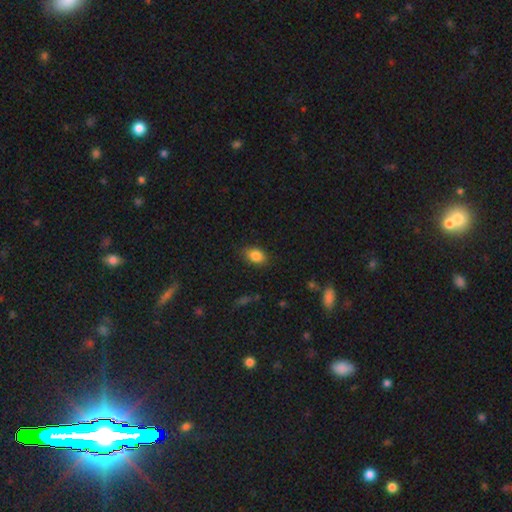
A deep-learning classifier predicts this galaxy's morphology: A smooth galaxy with no disk features (86%) that is in between round and cigar-shaped (79%).

Vote fractions:
- Smooth or featured? smooth: 86% / star or artifact: 9% / featured or disk: 5%
- How rounded? in between: 79% / round: 19% / cigar-shaped: 1%
- Merging? none: 82% / minor disturbance: 14% / major disturbance: 3% / merger: 1%